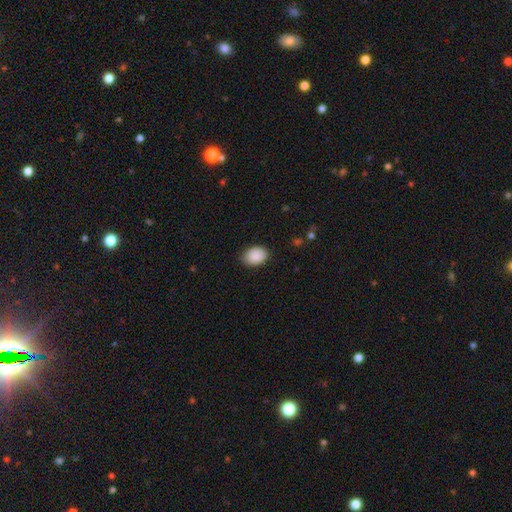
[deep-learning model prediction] Smooth or featured: smooth — 90% (star or artifact — 7%)
How rounded: in between — 71% (round — 29%)
Merging: none — 81% (minor disturbance — 15%)